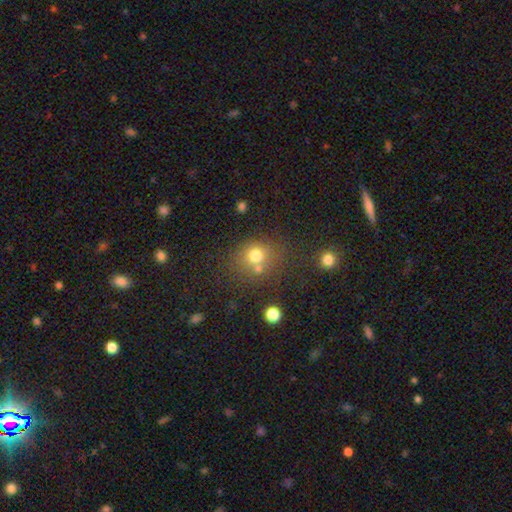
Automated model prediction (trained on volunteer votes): smooth_or_featured: smooth (p=0.73) [alt: star or artifact p=0.16]
how_rounded: round (p=0.79) [alt: in between p=0.20]
merging: none (p=0.61) [alt: merger p=0.21]